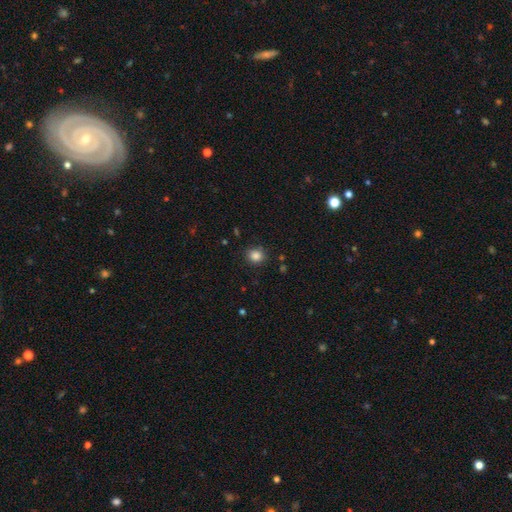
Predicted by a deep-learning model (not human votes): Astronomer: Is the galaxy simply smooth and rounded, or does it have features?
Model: smooth — 85%.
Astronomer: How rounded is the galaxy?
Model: round — 74%.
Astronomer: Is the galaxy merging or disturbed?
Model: none — 84%.